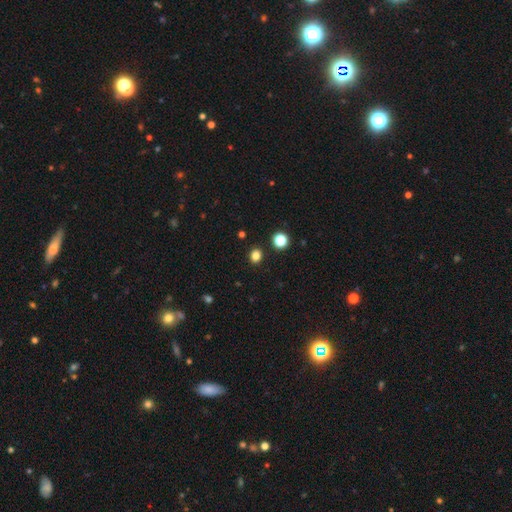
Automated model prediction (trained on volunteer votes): This is clearly a smooth galaxy (82%). How rounded: likely round (72%). Merging: clearly none (90%).